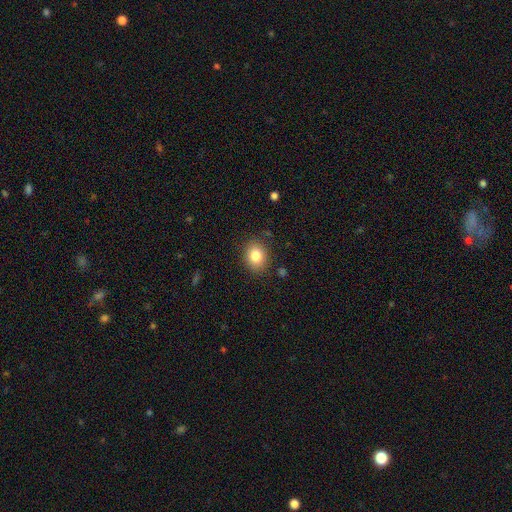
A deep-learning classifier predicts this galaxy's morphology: Smooth or featured? smooth (83%)
How rounded? round (56%)
Merging? none (86%)